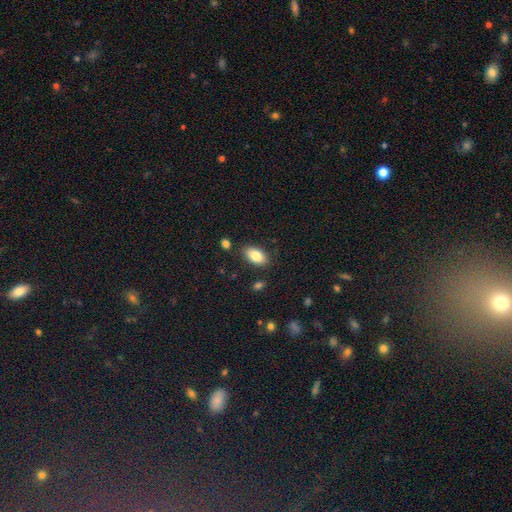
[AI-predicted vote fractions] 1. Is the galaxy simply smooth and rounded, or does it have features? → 84% smooth, 9% featured or disk, 7% star or artifact.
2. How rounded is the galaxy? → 93% in between, 4% round, 3% cigar-shaped.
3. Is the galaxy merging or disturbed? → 82% none, 11% minor disturbance, 4% merger, 3% major disturbance.